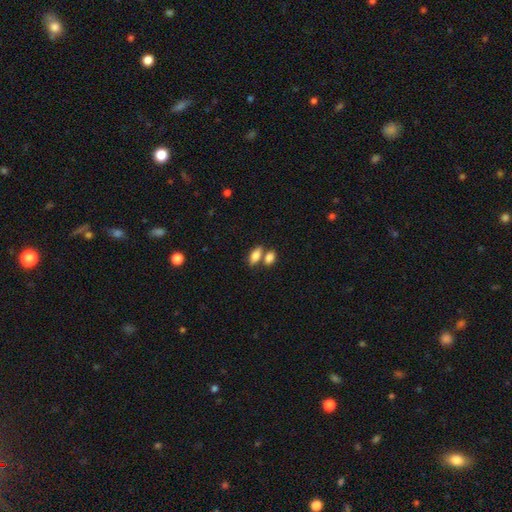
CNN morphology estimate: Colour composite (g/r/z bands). It shows a smooth galaxy with no disk features (82%) that is in between round and cigar-shaped (87%). Merging: none (48%).